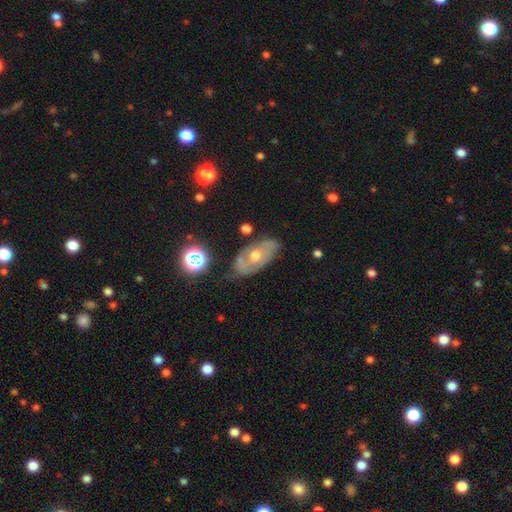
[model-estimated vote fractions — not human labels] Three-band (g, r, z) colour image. It shows a featured or disk galaxy (64%) with no bar (79%), spiral arms (52%) and a moderate central bulge (72%). Merging: none (65%).